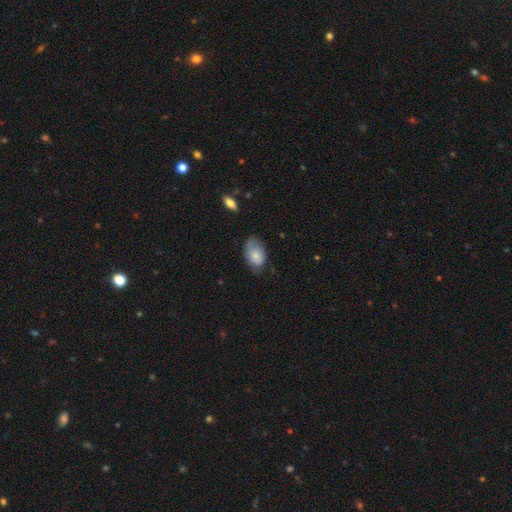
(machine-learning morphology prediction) smooth_or_featured: smooth (p=0.74) [alt: featured or disk p=0.19]
how_rounded: in between (p=0.89) [alt: round p=0.10]
merging: none (p=0.52) [alt: minor disturbance p=0.35]